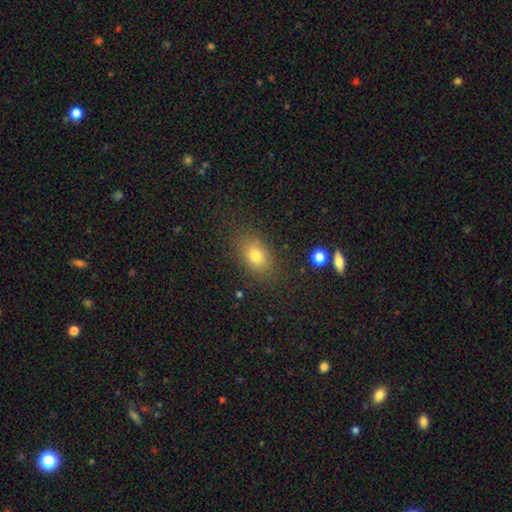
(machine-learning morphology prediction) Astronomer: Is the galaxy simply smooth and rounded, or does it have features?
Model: smooth — 77%.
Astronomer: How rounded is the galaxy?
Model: in between — 76%.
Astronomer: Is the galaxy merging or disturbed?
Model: none — 80%.